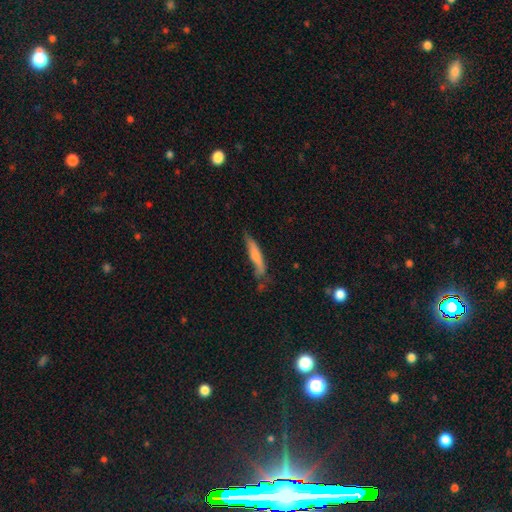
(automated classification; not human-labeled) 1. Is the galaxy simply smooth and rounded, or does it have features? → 65% smooth, 29% featured or disk, 6% star or artifact.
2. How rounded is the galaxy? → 88% cigar-shaped, 10% in between, 2% round.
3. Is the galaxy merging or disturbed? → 59% none, 28% minor disturbance, 9% major disturbance, 5% merger.